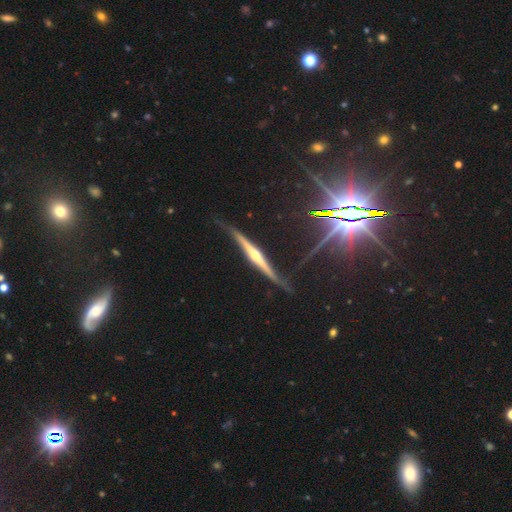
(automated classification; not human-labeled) featured or disk 82%, smooth 10%, star or artifact 8%. Down the decision tree: edge-on disk — yes (96%); edge-on bulge — rounded (85%); merging — none (75%).